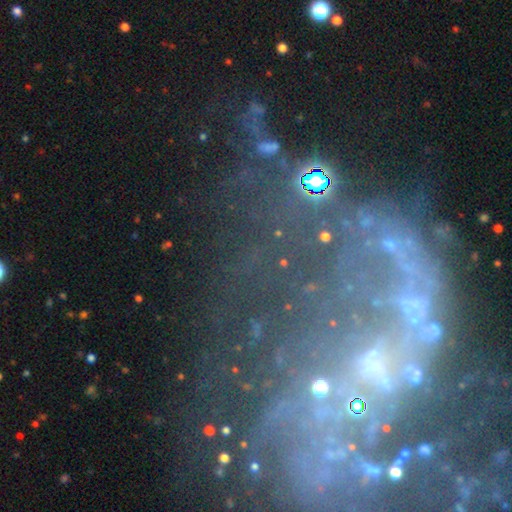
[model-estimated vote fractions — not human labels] This is possibly a featured or disk galaxy (58%). It is clearly not viewed edge-on (95%). Bar: likely no (72%). Spiral arm pattern: possibly no (59%). Central bulge: possibly none (51%). Merging: marginally none (40%).